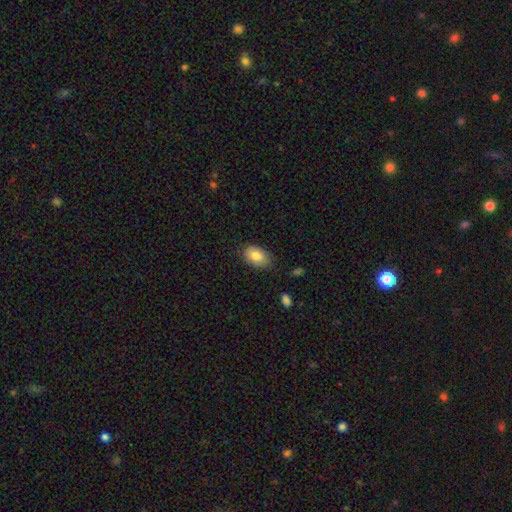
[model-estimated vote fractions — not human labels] Morphology: type=smooth (83%); roundness=in between (86%); merging=none (75%).